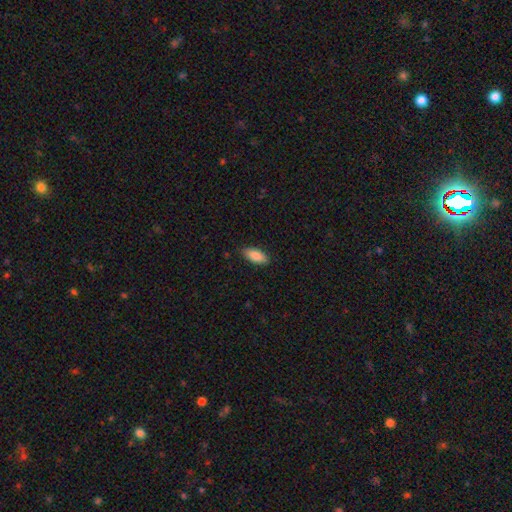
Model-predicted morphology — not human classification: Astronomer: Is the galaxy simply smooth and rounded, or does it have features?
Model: smooth — 87%.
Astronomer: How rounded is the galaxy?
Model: in between — 86%.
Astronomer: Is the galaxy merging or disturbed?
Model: none — 86%.